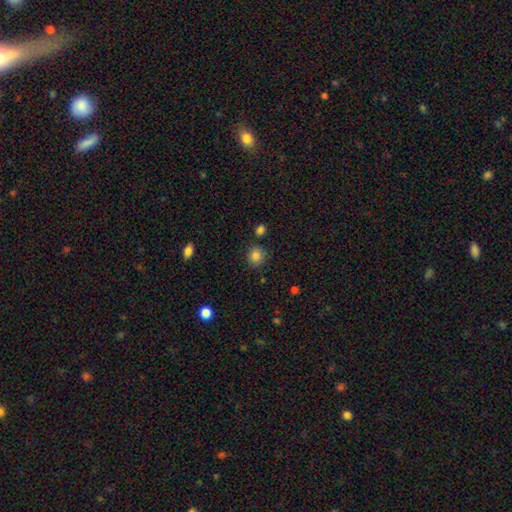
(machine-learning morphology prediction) A smooth galaxy with no disk features (84%) that is round (84%). Merging: none (83%).